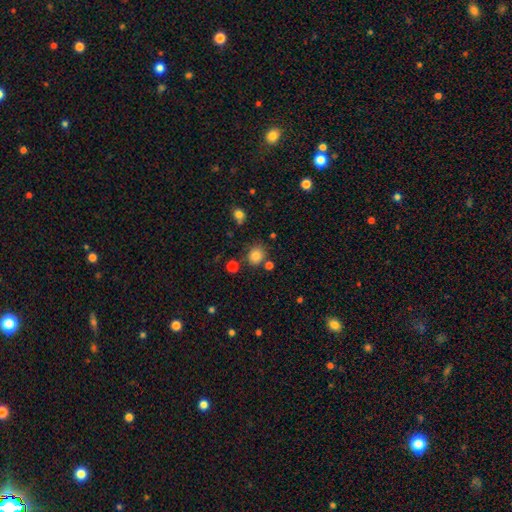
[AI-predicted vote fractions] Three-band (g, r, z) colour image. It shows a smooth galaxy with no disk features (82%) that is round (73%). Merging: none (75%).